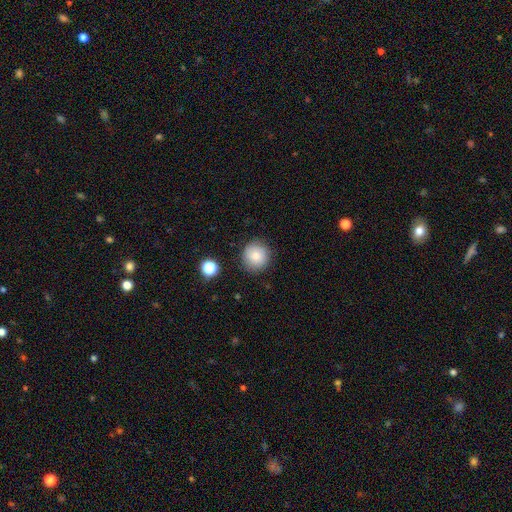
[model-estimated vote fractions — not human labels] Smooth or featured?
  - smooth: 82% *
  - star or artifact: 10%
  - featured or disk: 9%
How rounded?
  - round: 93% *
  - in between: 6%
  - cigar-shaped: 1%
Merging?
  - none: 85% *
  - minor disturbance: 10%
  - major disturbance: 3%
  - merger: 2%